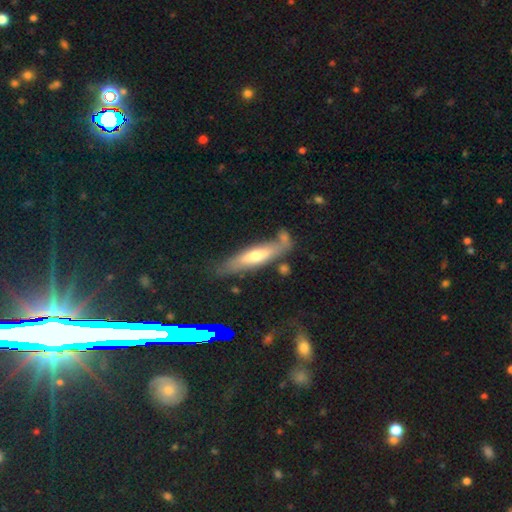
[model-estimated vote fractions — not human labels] A featured or disk galaxy (46%). Merging: none (62%).